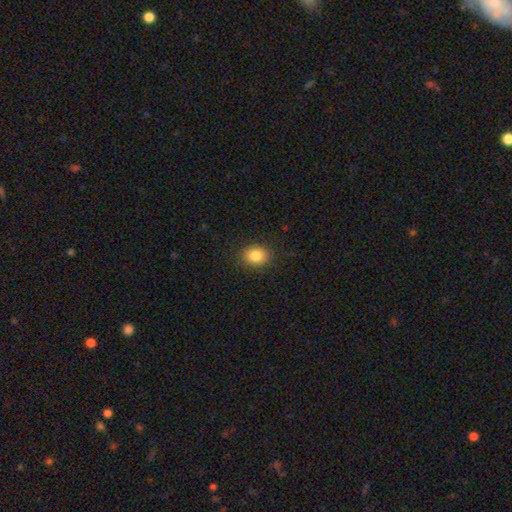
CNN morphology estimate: Q: Smooth or featured?
A: smooth (84%); runner-up: star or artifact (10%)
Q: How rounded?
A: in between (52%); runner-up: round (47%)
Q: Merging?
A: none (87%); runner-up: minor disturbance (9%)